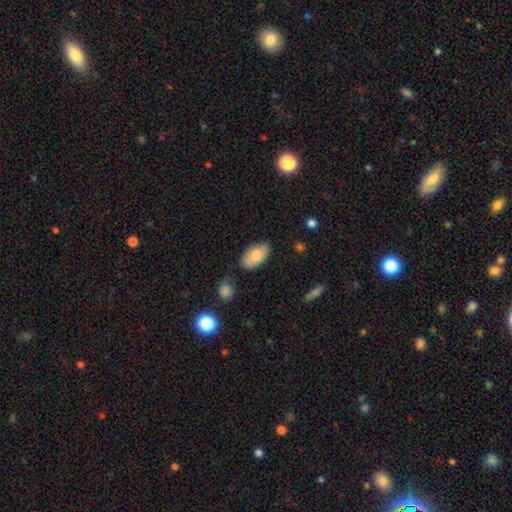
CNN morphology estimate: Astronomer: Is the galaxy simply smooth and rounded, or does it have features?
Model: smooth — 79%.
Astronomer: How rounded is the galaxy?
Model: in between — 94%.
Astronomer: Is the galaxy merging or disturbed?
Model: none — 72%.